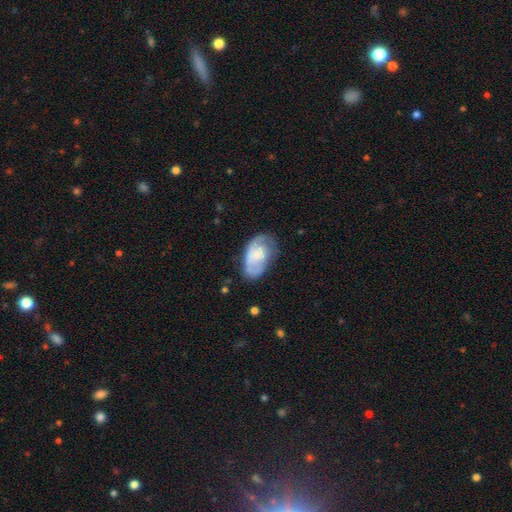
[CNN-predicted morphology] A featured or disk galaxy (57%) with no bar (72%), spiral arms (74%) and a small central bulge (40%). Merging: none (53%).